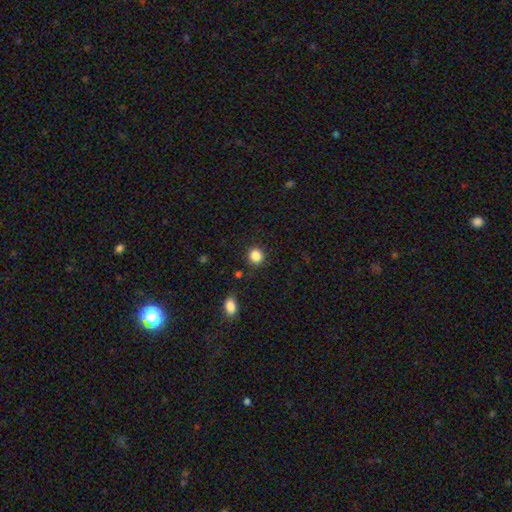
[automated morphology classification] smooth 86%, star or artifact 11%, featured or disk 3%. Down the decision tree: how rounded — round (89%); merging — none (87%).